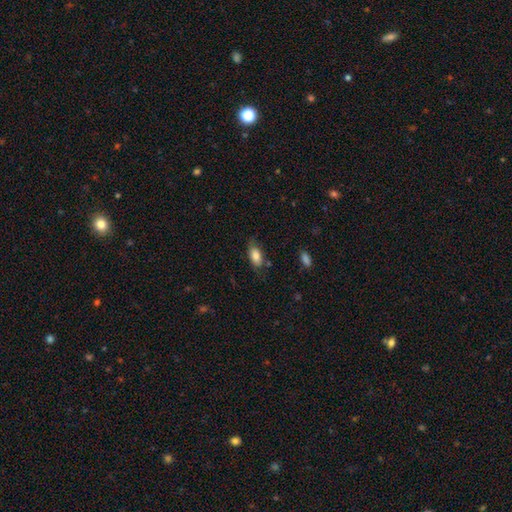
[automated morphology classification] smooth_or_featured: smooth (p=0.81) [alt: featured or disk p=0.11]
how_rounded: in between (p=0.89) [alt: cigar-shaped p=0.07]
merging: none (p=0.63) [alt: minor disturbance p=0.26]